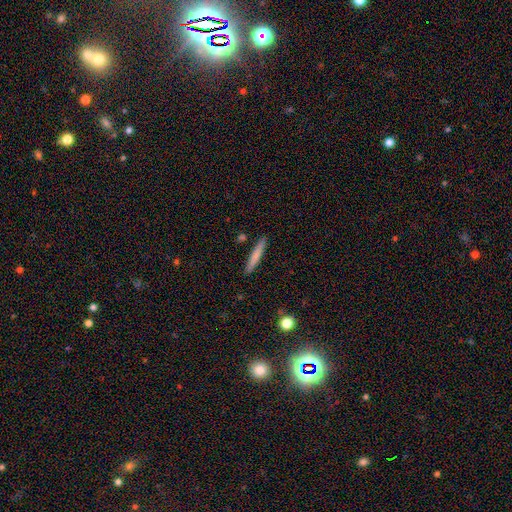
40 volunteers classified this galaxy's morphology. Overall: smooth (75%). How rounded: cigar-shaped (97%). Merging: none (89%).